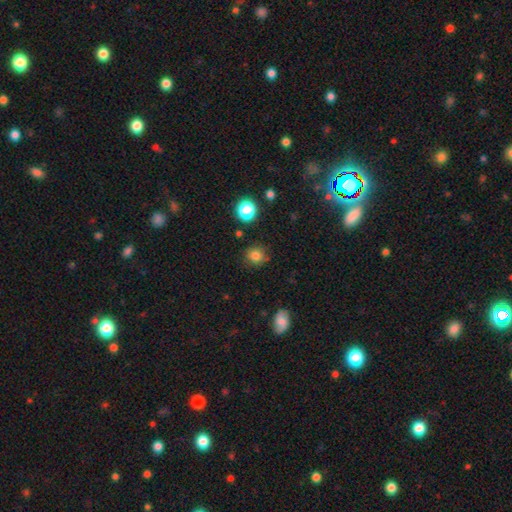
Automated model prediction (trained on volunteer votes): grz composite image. It shows a smooth galaxy with no disk features (81%) that is round (88%). Merging: none (84%).